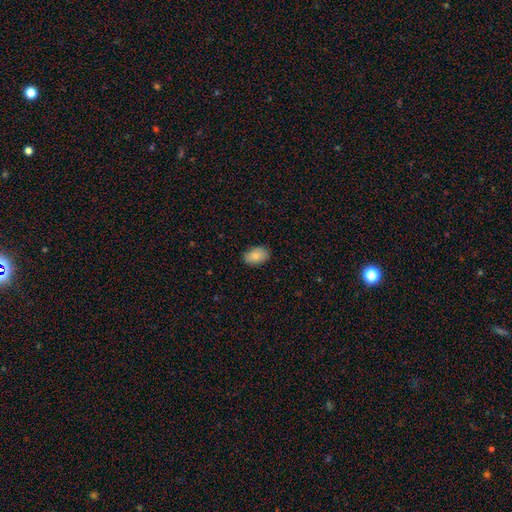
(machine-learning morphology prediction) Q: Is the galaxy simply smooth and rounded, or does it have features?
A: smooth — 86%.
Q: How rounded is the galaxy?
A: in between — 90%.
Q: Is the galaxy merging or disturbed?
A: none — 87%.